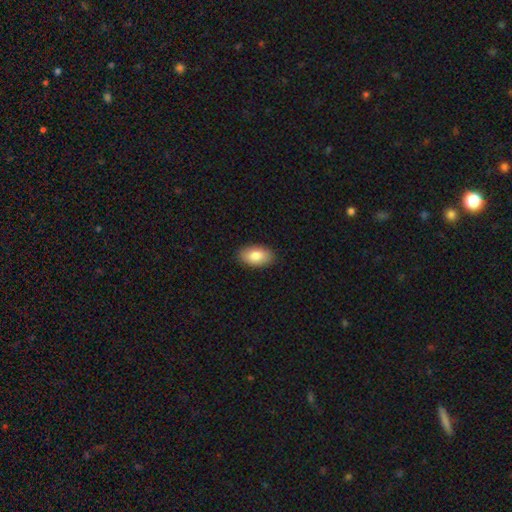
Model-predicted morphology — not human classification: A smooth galaxy with no disk features (83%) that is in between round and cigar-shaped (94%). Merging: none (89%).